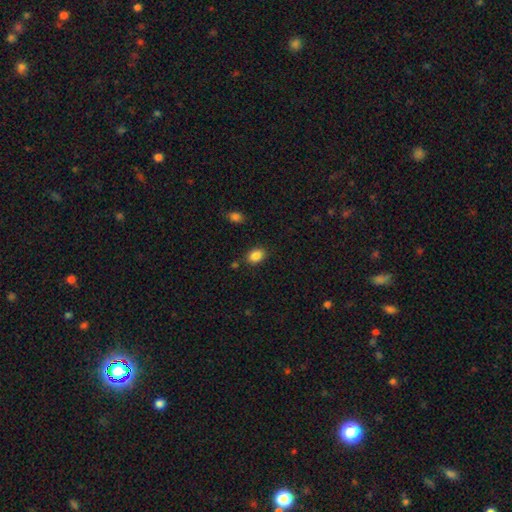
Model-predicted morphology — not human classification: Smooth or featured? smooth (87%)
How rounded? in between (73%)
Merging? none (83%)